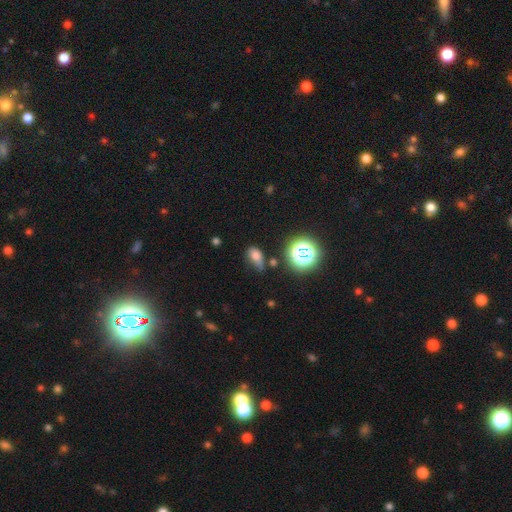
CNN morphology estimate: A smooth galaxy with no disk features (68%) that is in between round and cigar-shaped (79%). Merging: none (42%).